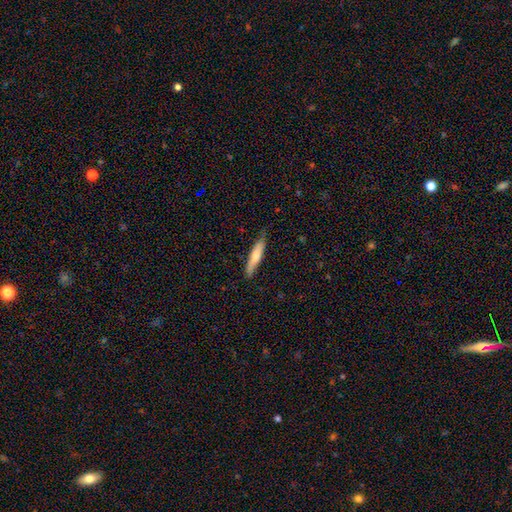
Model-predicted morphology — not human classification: Q: Smooth or featured?
A: smooth (65%); runner-up: featured or disk (30%)
Q: How rounded?
A: cigar-shaped (87%); runner-up: in between (12%)
Q: Merging?
A: none (77%); runner-up: minor disturbance (19%)